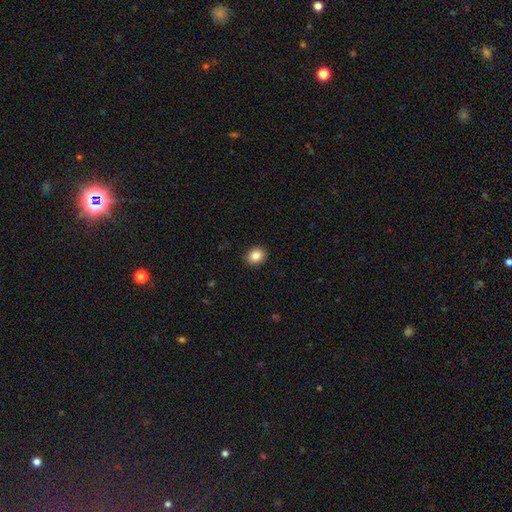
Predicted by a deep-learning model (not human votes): Smooth or featured? smooth (86%)
How rounded? round (71%)
Merging? none (91%)